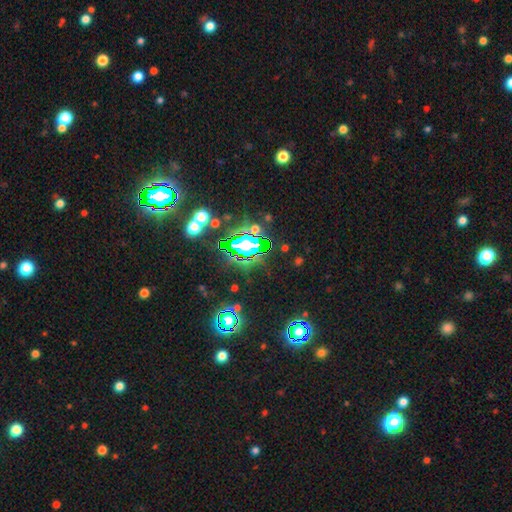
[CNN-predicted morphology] This appears to be a star or artifact, not a galaxy (71%).